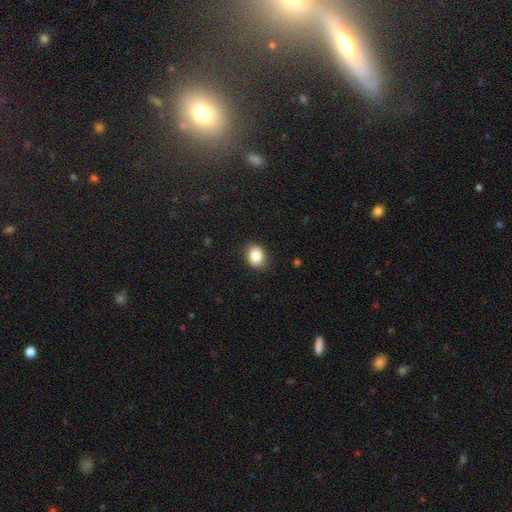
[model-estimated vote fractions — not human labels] A smooth galaxy with no disk features (86%) that is in between round and cigar-shaped (52%). Merging: none (84%).